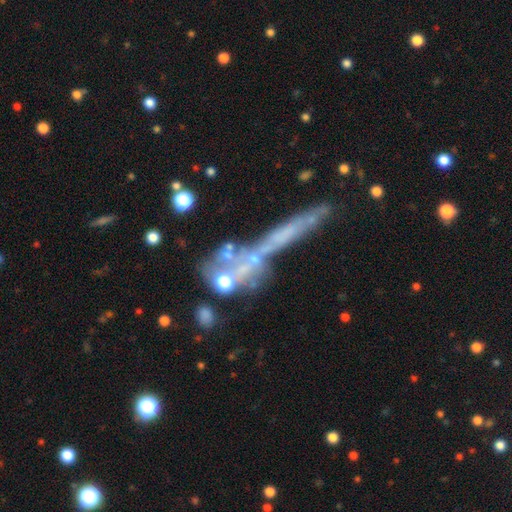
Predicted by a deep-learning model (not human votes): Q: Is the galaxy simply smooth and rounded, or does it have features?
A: featured or disk — 48%.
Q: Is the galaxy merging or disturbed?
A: none — 46%.